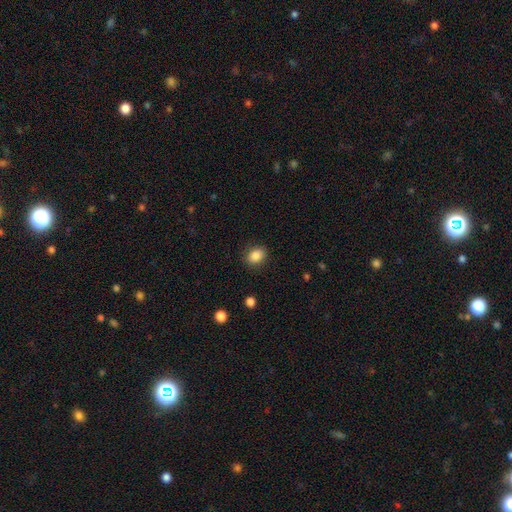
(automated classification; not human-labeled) A smooth galaxy with no disk features (87%) that is in between round and cigar-shaped (59%).

Vote fractions:
- Smooth or featured? smooth: 87% / star or artifact: 9% / featured or disk: 4%
- How rounded? in between: 59% / round: 40% / cigar-shaped: 1%
- Merging? none: 87% / minor disturbance: 9% / major disturbance: 3% / merger: 1%